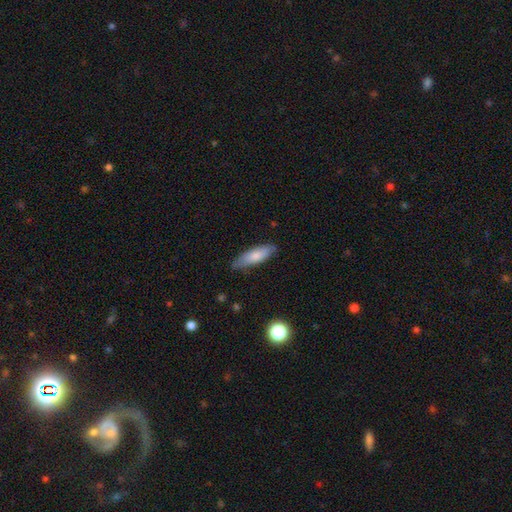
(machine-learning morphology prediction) This appears to be a smooth galaxy with no disk features (75%) that is in between round and cigar-shaped (52%). Merging: none (75%).